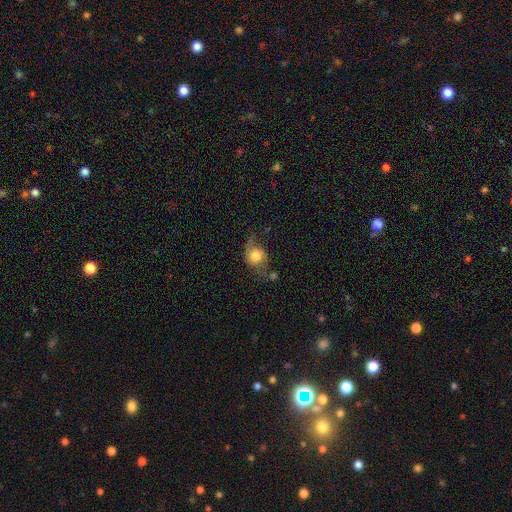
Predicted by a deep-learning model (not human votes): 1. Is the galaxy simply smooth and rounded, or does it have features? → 46% featured or disk, 45% smooth, 9% star or artifact.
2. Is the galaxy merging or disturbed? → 47% none, 27% minor disturbance, 20% major disturbance, 6% merger.